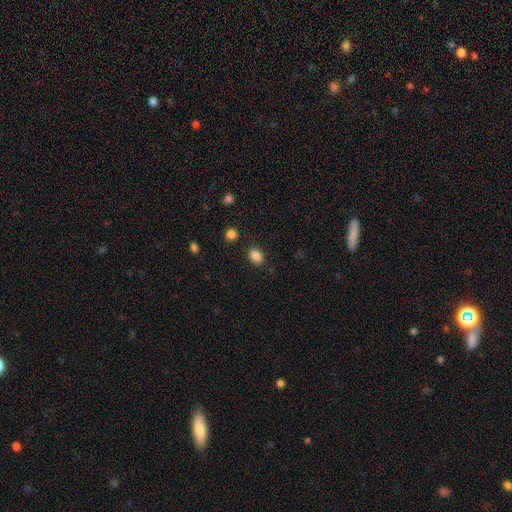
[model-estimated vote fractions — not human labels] Smooth or featured?
  - smooth: 87% *
  - star or artifact: 10%
  - featured or disk: 4%
How rounded?
  - in between: 78% *
  - round: 20%
  - cigar-shaped: 1%
Merging?
  - none: 83% *
  - minor disturbance: 11%
  - major disturbance: 3%
  - merger: 3%